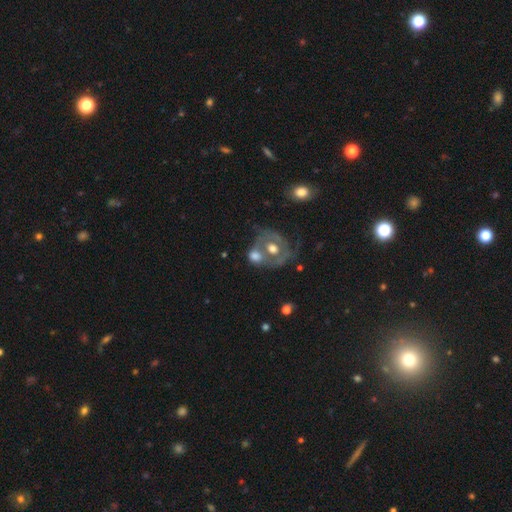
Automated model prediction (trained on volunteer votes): A smooth galaxy with no disk features (48%).

Vote fractions:
- Smooth or featured? smooth: 48% / featured or disk: 43% / star or artifact: 9%
- Merging? merger: 47% / none: 31% / minor disturbance: 13% / major disturbance: 10%